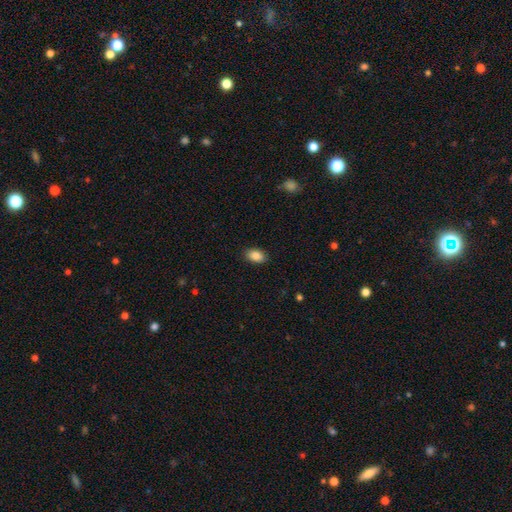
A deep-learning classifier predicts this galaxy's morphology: The model was most divided on "how rounded": in between: 88%, round: 10%, cigar-shaped: 1%. More confident: merging — none (88%); smooth or featured — smooth (88%).